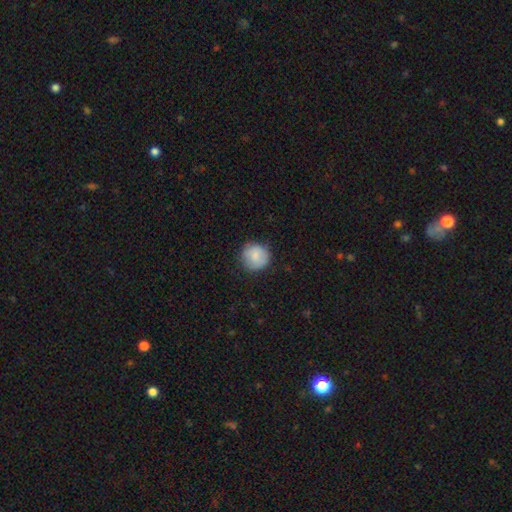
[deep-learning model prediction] Overall: smooth (83%). How rounded: round (93%). Merging: none (82%).